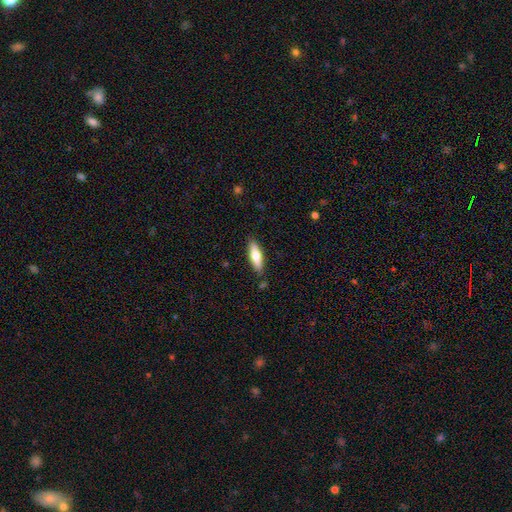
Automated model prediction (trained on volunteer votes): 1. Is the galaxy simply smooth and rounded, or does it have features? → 67% smooth, 27% featured or disk, 6% star or artifact.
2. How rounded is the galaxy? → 55% cigar-shaped, 44% in between, 2% round.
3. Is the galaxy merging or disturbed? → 85% none, 11% minor disturbance, 2% merger, 2% major disturbance.